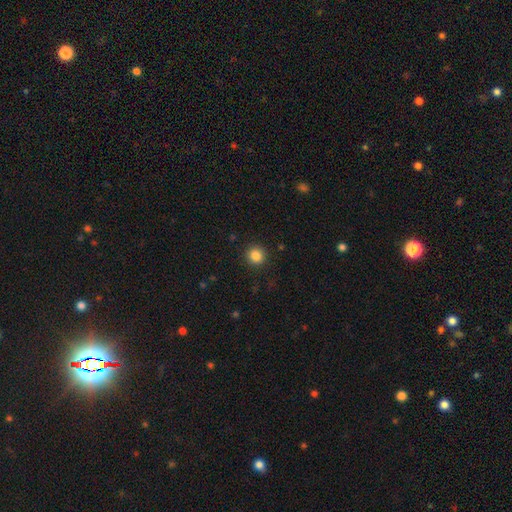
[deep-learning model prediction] smooth 86%, star or artifact 11%, featured or disk 3%. Down the decision tree: how rounded — round (91%); merging — none (91%).